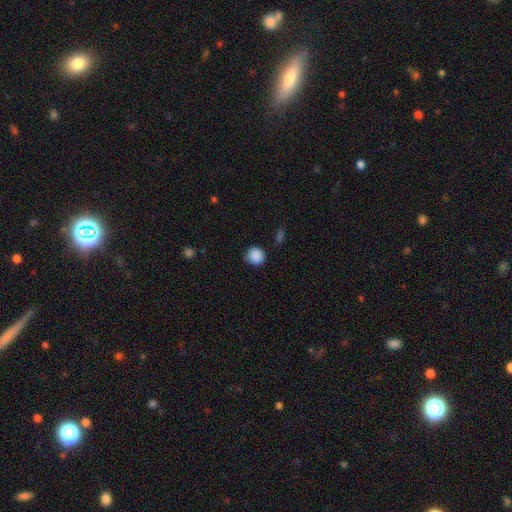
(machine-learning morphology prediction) smooth_or_featured: smooth (p=0.88) [alt: star or artifact p=0.09]
how_rounded: round (p=0.91) [alt: in between p=0.08]
merging: none (p=0.80) [alt: minor disturbance p=0.14]